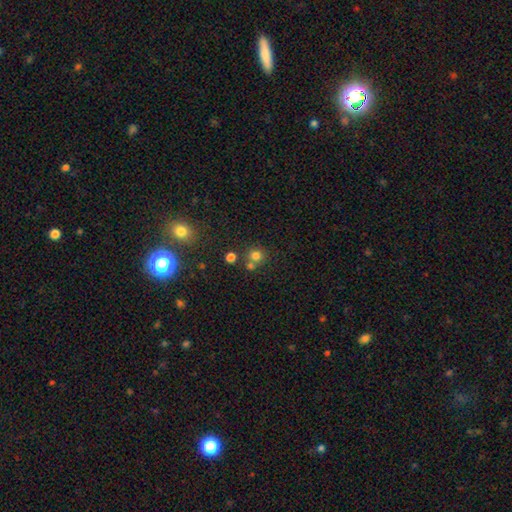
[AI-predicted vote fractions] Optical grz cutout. It shows a smooth galaxy with no disk features (75%) that is round (88%). Merging: none (61%).